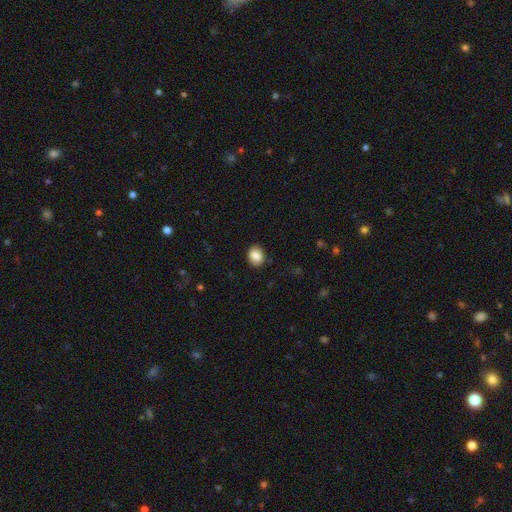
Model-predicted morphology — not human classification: This is clearly a smooth galaxy (86%). How rounded: possibly in between (51%). Merging: clearly none (86%).